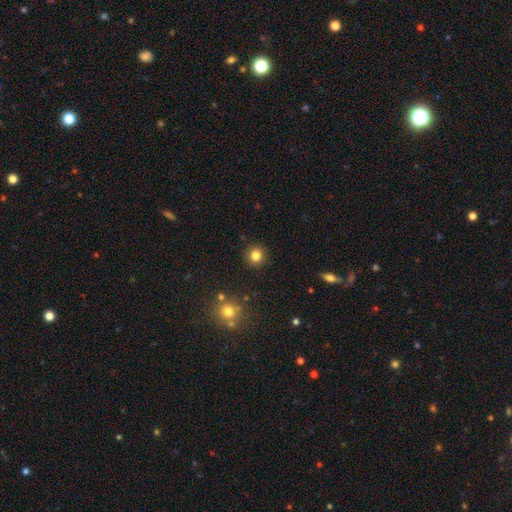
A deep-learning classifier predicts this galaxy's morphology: This appears to be a smooth galaxy with no disk features (82%) that is round (94%). Merging: none (91%).